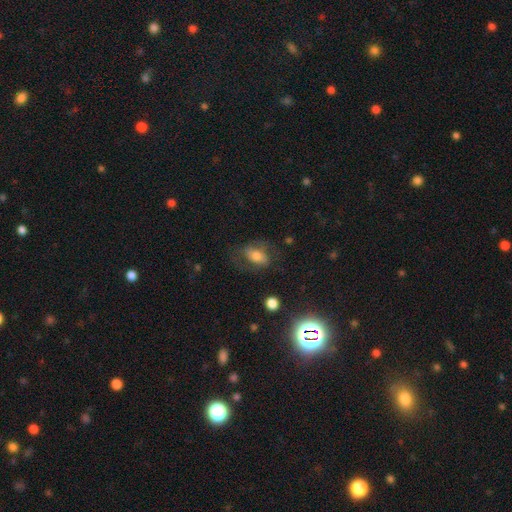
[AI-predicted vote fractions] This appears to be a smooth galaxy with no disk features (59%) that is in between round and cigar-shaped (83%). Merging: none (58%).